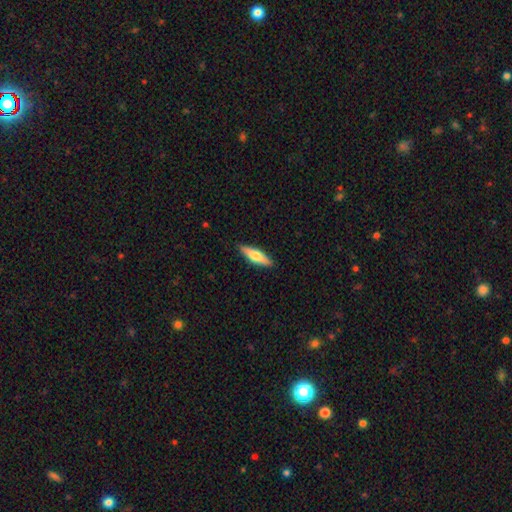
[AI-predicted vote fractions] smooth 61%, featured or disk 34%, star or artifact 5%. Down the decision tree: how rounded — cigar-shaped (62%); merging — none (90%).